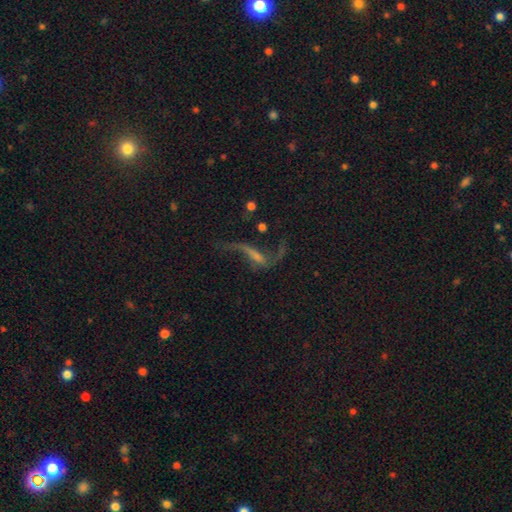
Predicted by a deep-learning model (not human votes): The model was most divided on "bar": weak: 37%, strong: 33%, no: 29%. Remaining: spiral winding — loose (93%); edge-on disk — no (90%); spiral arms — yes (89%); spiral arm count — 2 (87%); smooth or featured — featured or disk (78%); merging — none (51%); bulge size — none (44%).